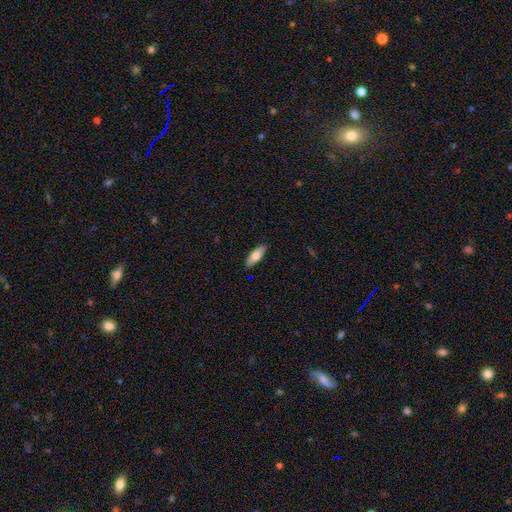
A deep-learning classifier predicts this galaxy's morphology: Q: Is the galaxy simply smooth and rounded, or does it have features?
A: smooth — 70%.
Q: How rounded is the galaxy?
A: in between — 65%.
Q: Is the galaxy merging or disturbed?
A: none — 89%.